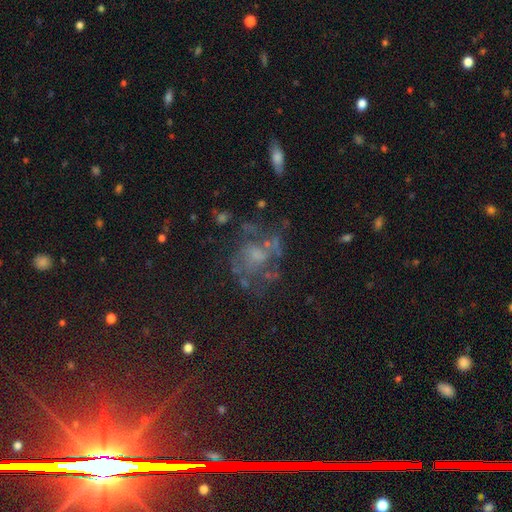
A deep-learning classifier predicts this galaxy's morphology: Smooth or featured?
  - featured or disk: 58% *
  - star or artifact: 22%
  - smooth: 21%
Edge-on disk?
  - no: 97% *
  - yes: 3%
Bar?
  - no: 76% *
  - weak: 20%
  - strong: 4%
Spiral arms?
  - yes: 56% *
  - no: 44%
Bulge size?
  - small: 36% *
  - moderate: 34%
  - none: 22%
  - large: 6%
  - dominant: 2%
Merging?
  - none: 54% *
  - major disturbance: 23%
  - minor disturbance: 18%
  - merger: 5%